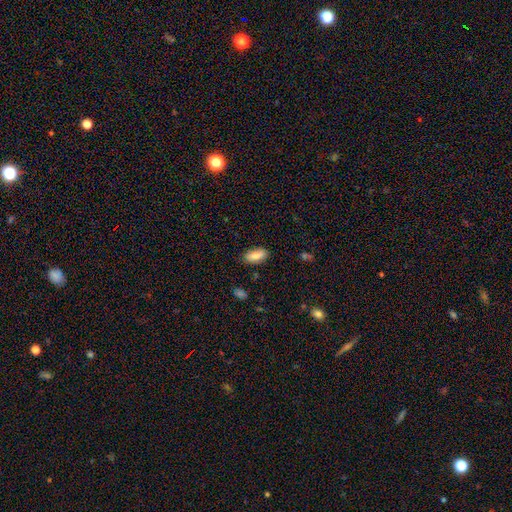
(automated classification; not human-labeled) Smooth or featured?
  - smooth: 82% *
  - featured or disk: 11%
  - star or artifact: 7%
How rounded?
  - in between: 90% *
  - cigar-shaped: 7%
  - round: 3%
Merging?
  - none: 83% *
  - minor disturbance: 13%
  - major disturbance: 2%
  - merger: 1%